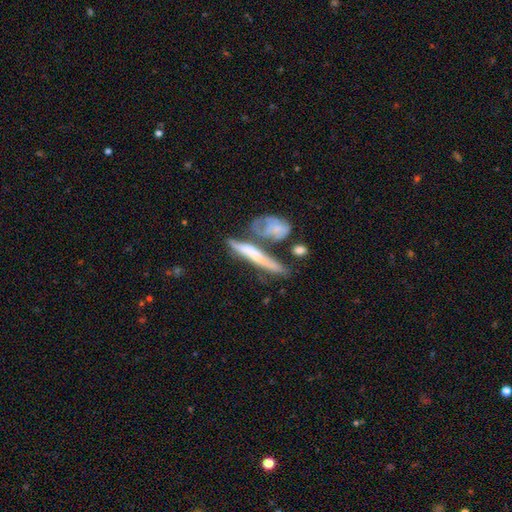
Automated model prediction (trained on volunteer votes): The model was most divided on "merging": none: 42%, merger: 35%, minor disturbance: 15%, major disturbance: 8%. More confident: edge-on disk — yes (75%); smooth or featured — featured or disk (58%).